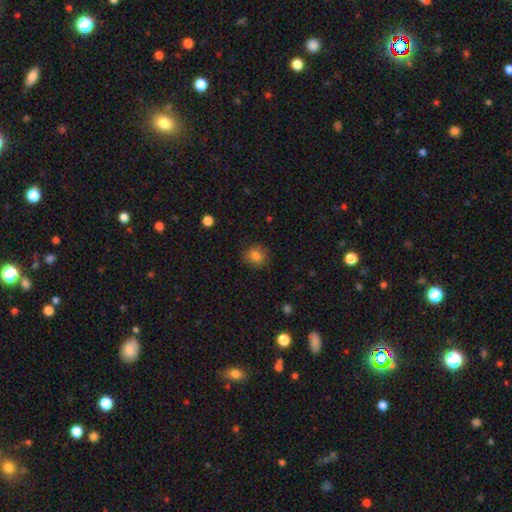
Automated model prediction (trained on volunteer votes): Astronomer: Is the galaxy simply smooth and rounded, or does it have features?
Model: smooth — 82%.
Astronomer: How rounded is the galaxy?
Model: round — 82%.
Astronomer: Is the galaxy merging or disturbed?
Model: none — 86%.